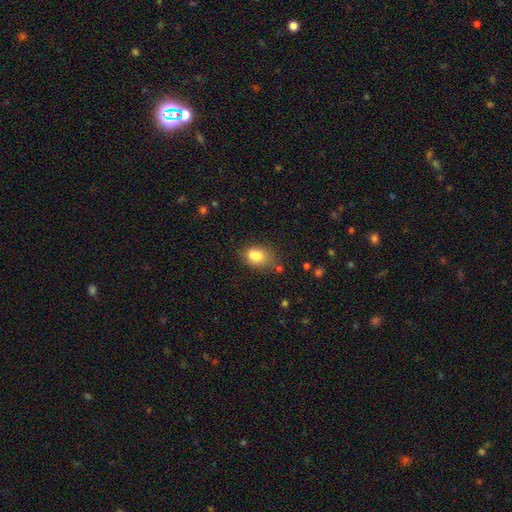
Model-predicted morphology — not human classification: Smooth or featured: smooth — 79% (featured or disk — 11%)
How rounded: in between — 74% (round — 25%)
Merging: none — 45% (minor disturbance — 27%)